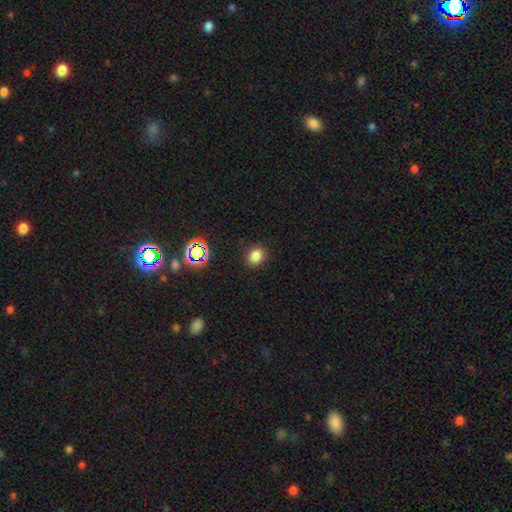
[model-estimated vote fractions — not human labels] smooth_or_featured: smooth (p=0.79) [alt: star or artifact p=0.15]
how_rounded: round (p=0.58) [alt: in between p=0.41]
merging: none (p=0.86) [alt: minor disturbance p=0.10]